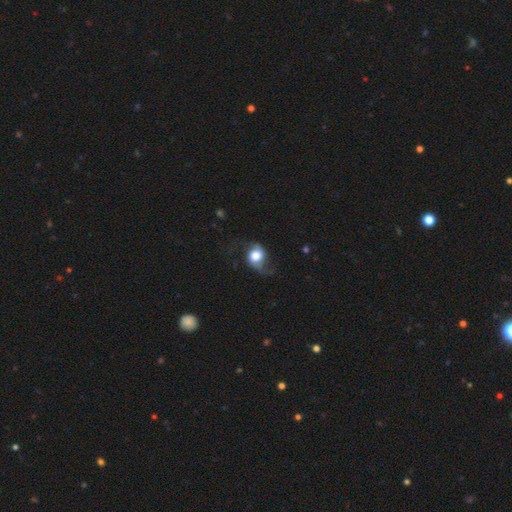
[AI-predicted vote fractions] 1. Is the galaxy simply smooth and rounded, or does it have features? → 55% featured or disk, 37% smooth, 8% star or artifact.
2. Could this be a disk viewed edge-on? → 95% no, 5% yes.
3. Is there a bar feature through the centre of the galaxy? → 70% no, 24% weak, 6% strong.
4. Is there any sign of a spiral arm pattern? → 87% yes, 13% no.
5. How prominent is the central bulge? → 48% large, 29% dominant, 17% moderate, 3% small, 2% none.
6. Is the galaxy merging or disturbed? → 56% none, 22% major disturbance, 21% minor disturbance, 2% merger.